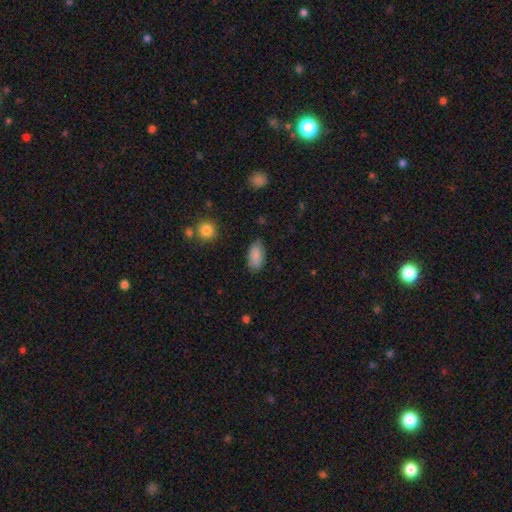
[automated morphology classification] A smooth galaxy with no disk features (84%) that is in between round and cigar-shaped (93%).

Vote fractions:
- Smooth or featured? smooth: 84% / featured or disk: 9% / star or artifact: 7%
- How rounded? in between: 93% / round: 4% / cigar-shaped: 3%
- Merging? none: 80% / minor disturbance: 16% / major disturbance: 3% / merger: 1%